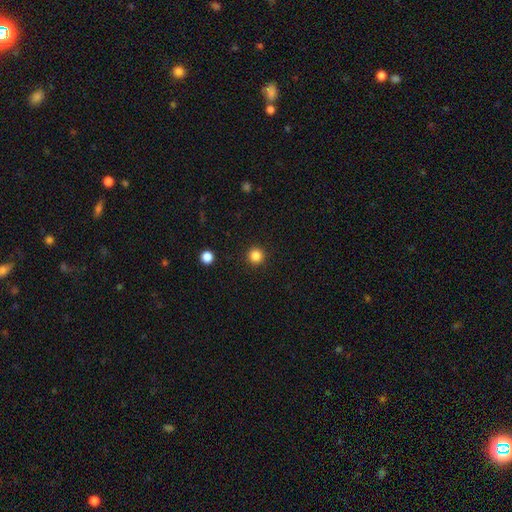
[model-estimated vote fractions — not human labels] This appears to be a smooth galaxy with no disk features (85%) that is round (96%). Merging: none (93%).